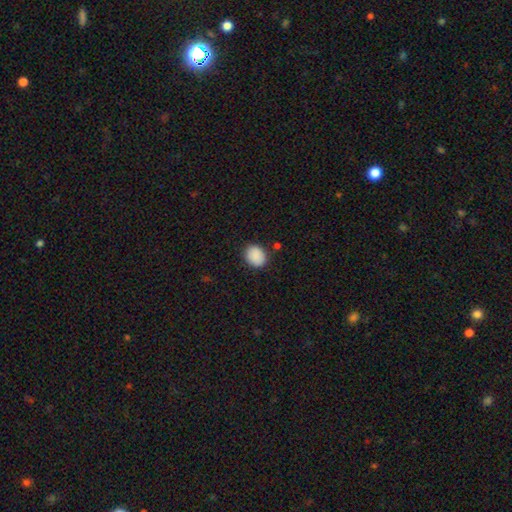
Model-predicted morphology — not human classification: Smooth or featured?
  - smooth: 89% *
  - star or artifact: 7%
  - featured or disk: 3%
How rounded?
  - round: 55% *
  - in between: 44%
  - cigar-shaped: 1%
Merging?
  - none: 85% *
  - minor disturbance: 10%
  - major disturbance: 3%
  - merger: 2%